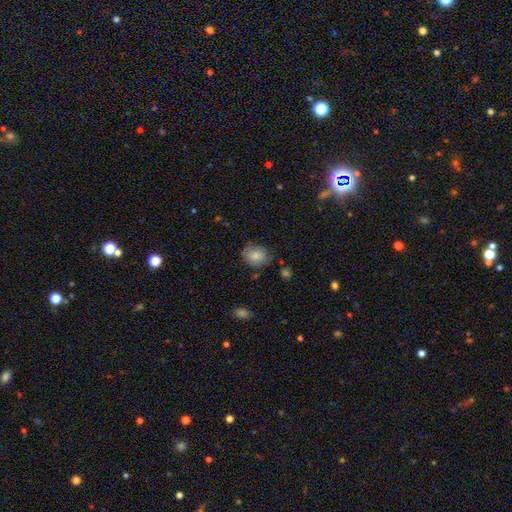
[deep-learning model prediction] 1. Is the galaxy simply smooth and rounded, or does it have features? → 81% smooth, 11% featured or disk, 8% star or artifact.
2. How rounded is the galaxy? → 55% in between, 44% round, 1% cigar-shaped.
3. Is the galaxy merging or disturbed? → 72% none, 21% minor disturbance, 5% major disturbance, 2% merger.